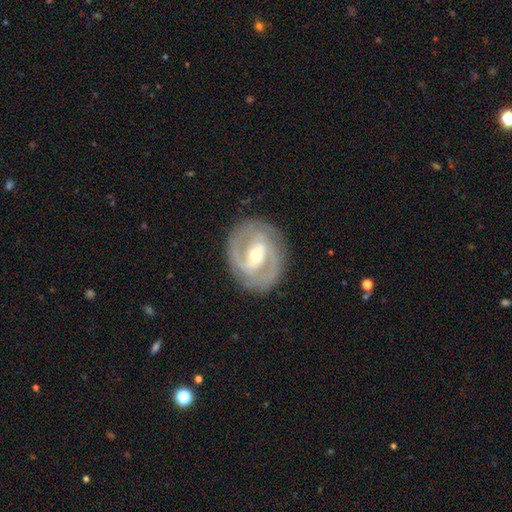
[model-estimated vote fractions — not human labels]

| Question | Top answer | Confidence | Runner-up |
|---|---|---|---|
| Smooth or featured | featured or disk | 86% | smooth (9%) |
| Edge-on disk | no | 96% | yes (4%) |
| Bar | strong | 43% | weak (41%) |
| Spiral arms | yes | 90% | no (10%) |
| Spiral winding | tight | 49% | medium (40%) |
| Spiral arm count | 2 | 77% | can't tell (10%) |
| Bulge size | moderate | 63% | small (33%) |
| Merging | none | 83% | minor disturbance (11%) |